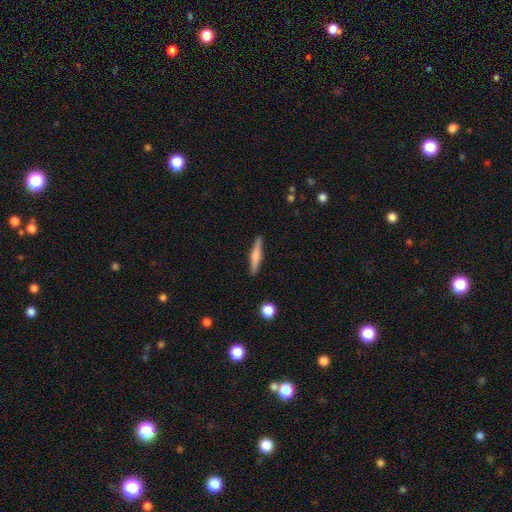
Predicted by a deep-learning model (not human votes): Smooth or featured? Predicted: smooth (p=0.53). How rounded? Predicted: cigar-shaped (p=0.90). Merging? Predicted: none (p=0.89).